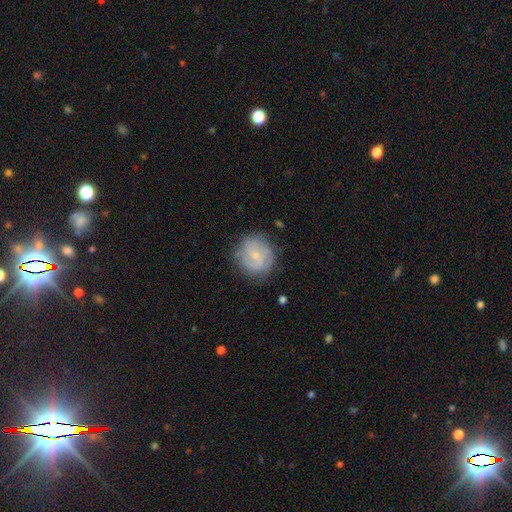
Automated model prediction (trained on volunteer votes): smooth-or-featured: featured or disk: 64% | smooth: 29% | star or artifact: 7%
  disk-edge-on: no: 98% | yes: 2%
    bar: weak: 48% | no: 44% | strong: 8%
    has-spiral-arms: yes: 86% | no: 14%
      spiral-winding: tight: 48% | medium: 38% | loose: 14%
      spiral-arm-count: 2: 38% | can't tell: 33% | 3: 16% | 4: 5% | 1: 4% | more than 4: 3%
    bulge-size: small: 66% | moderate: 23% | none: 9% | large: 1% | dominant: 1%
  merging: none: 76% | minor disturbance: 17% | major disturbance: 6% | merger: 2%